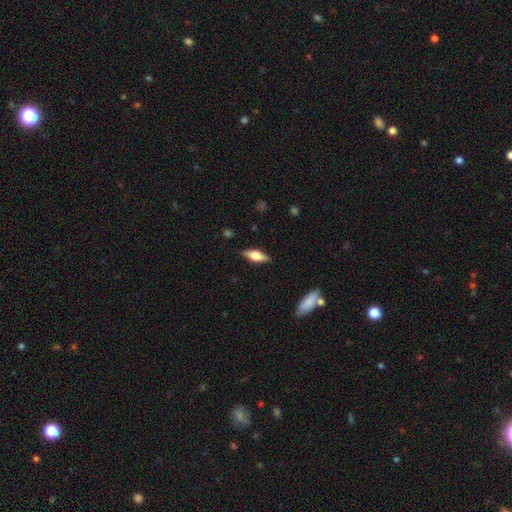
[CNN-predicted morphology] Overall: featured or disk (50%; smooth 44%). Merging: none (87%).